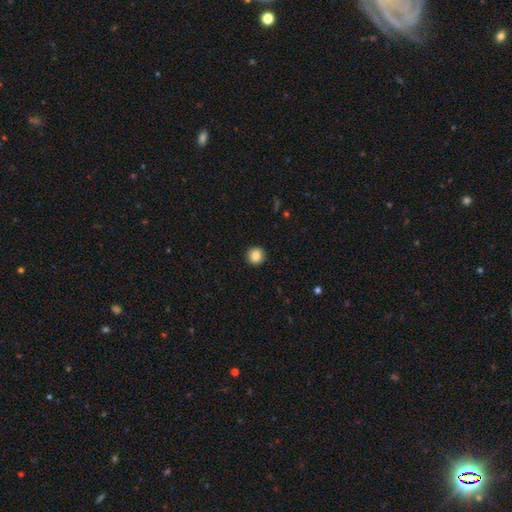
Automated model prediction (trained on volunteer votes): Morphology: type=smooth (86%); roundness=round (95%); merging=none (93%).